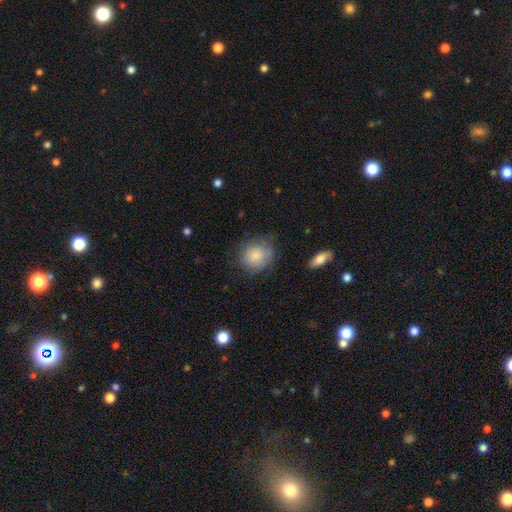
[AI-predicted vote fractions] Smooth or featured?
  - smooth: 81% *
  - featured or disk: 12%
  - star or artifact: 7%
How rounded?
  - round: 82% *
  - in between: 17%
  - cigar-shaped: 1%
Merging?
  - none: 71% *
  - minor disturbance: 21%
  - major disturbance: 6%
  - merger: 2%